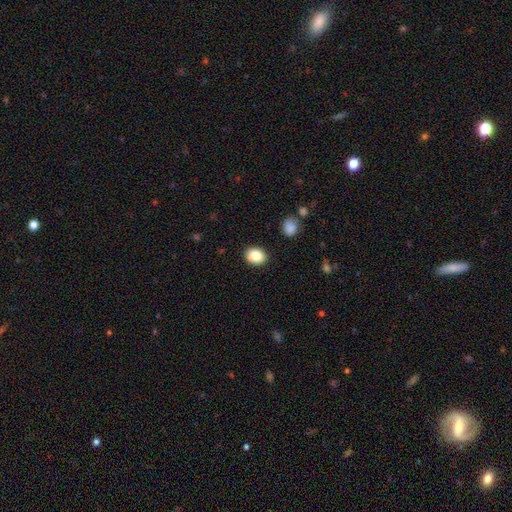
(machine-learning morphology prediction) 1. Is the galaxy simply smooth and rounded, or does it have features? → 86% smooth, 9% star or artifact, 6% featured or disk.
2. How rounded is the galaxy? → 62% in between, 37% round, 1% cigar-shaped.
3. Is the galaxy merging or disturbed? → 87% none, 9% minor disturbance, 2% major disturbance, 2% merger.